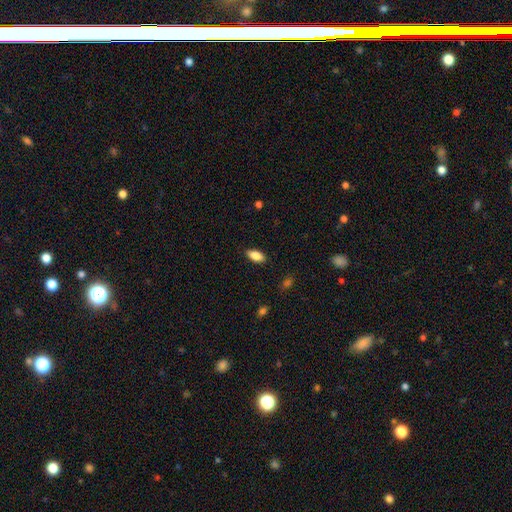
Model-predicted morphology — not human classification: Smooth or featured? smooth (86%)
How rounded? in between (90%)
Merging? none (87%)